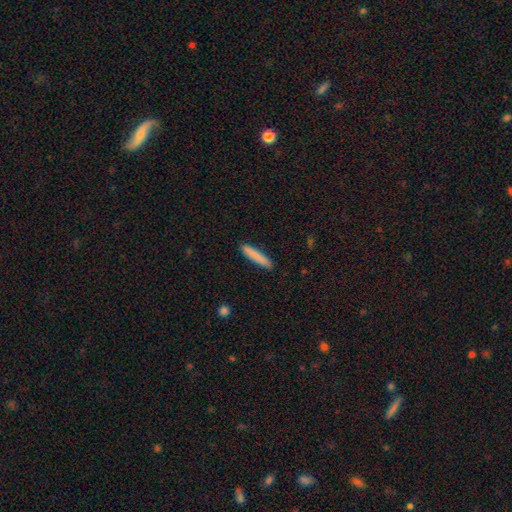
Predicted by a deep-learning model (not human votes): smooth_or_featured: smooth (p=0.84) [alt: featured or disk p=0.10]
how_rounded: cigar-shaped (p=0.92) [alt: in between p=0.06]
merging: none (p=0.90) [alt: minor disturbance p=0.07]